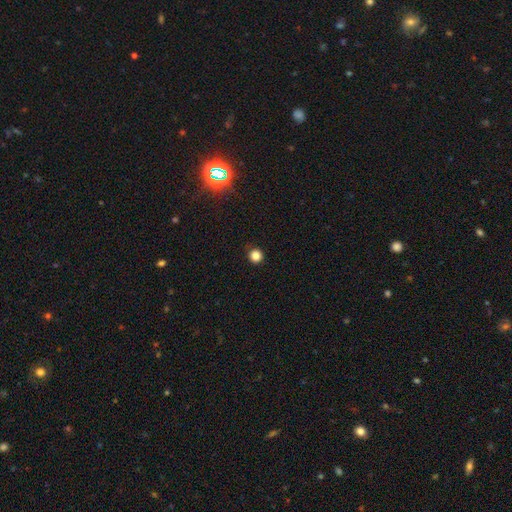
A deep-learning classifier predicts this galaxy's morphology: Smooth or featured?
  - smooth: 83% *
  - star or artifact: 13%
  - featured or disk: 4%
How rounded?
  - round: 95% *
  - in between: 4%
  - cigar-shaped: 1%
Merging?
  - none: 91% *
  - minor disturbance: 6%
  - major disturbance: 2%
  - merger: 1%